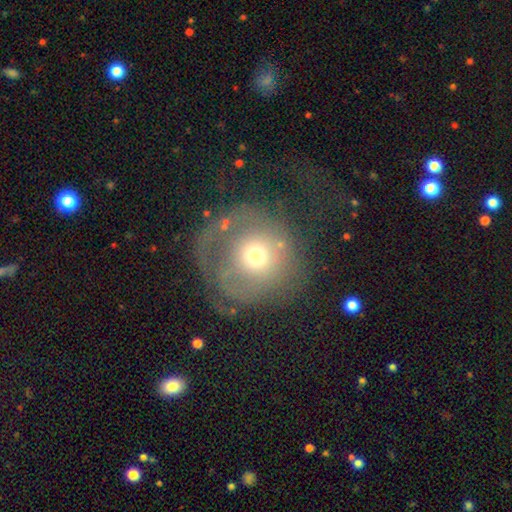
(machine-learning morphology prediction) smooth-or-featured: smooth: 46% | featured or disk: 41% | star or artifact: 12%
  merging: none: 44% | major disturbance: 35% | minor disturbance: 18% | merger: 4%